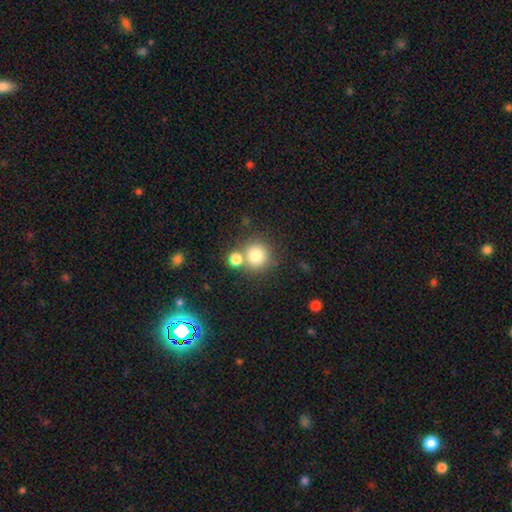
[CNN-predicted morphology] This appears to be a smooth galaxy with no disk features (79%) that is round (92%). Merging: none (62%).